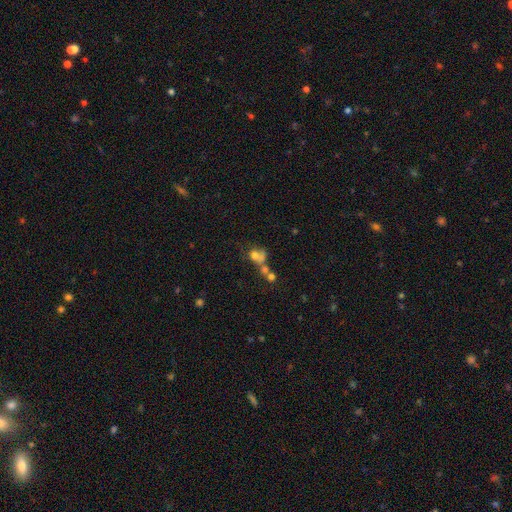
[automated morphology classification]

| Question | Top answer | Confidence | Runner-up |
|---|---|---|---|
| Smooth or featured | smooth | 58% | featured or disk (23%) |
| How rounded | round | 67% | in between (31%) |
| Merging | merger | 51% | none (25%) |